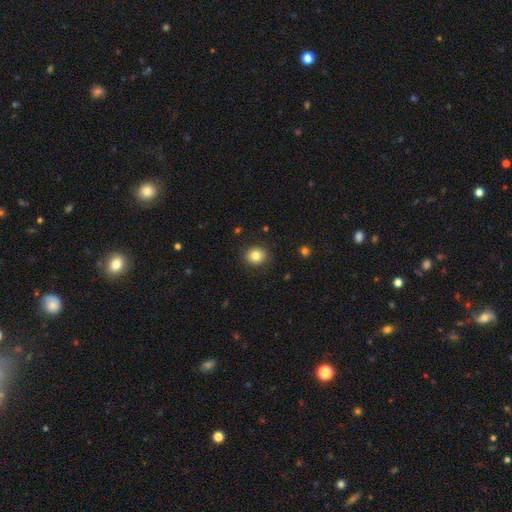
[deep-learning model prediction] Smooth or featured: smooth — 83% (star or artifact — 10%)
How rounded: round — 79% (in between — 20%)
Merging: none — 90% (minor disturbance — 7%)